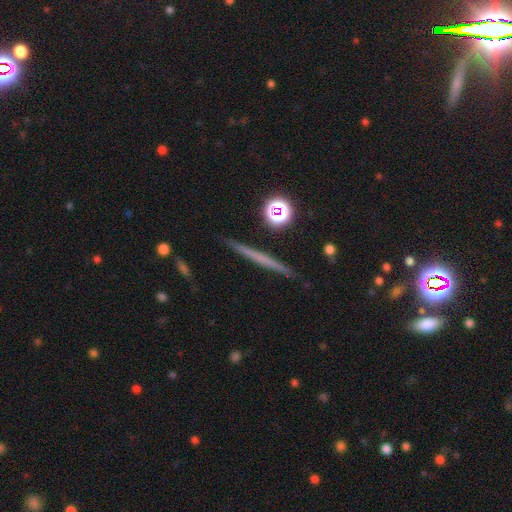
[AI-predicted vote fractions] Overall: featured or disk (49%; smooth 39%). Merging: none (90%).